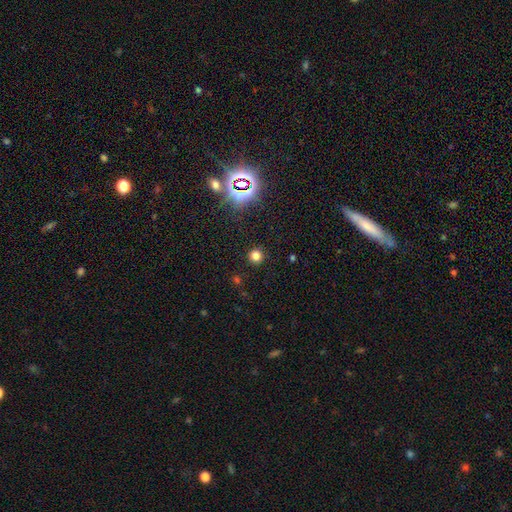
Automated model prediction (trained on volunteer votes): Q: Smooth or featured?
A: smooth (76%); runner-up: star or artifact (19%)
Q: How rounded?
A: round (93%); runner-up: in between (6%)
Q: Merging?
A: none (91%); runner-up: minor disturbance (6%)